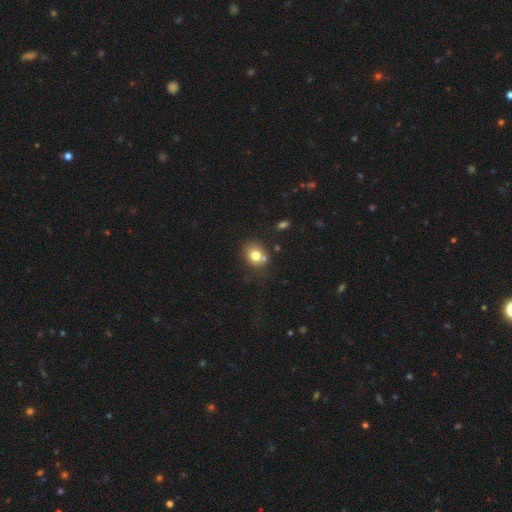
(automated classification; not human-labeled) smooth-or-featured: smooth: 77% | featured or disk: 12% | star or artifact: 11%
  how-rounded: round: 63% | in between: 36% | cigar-shaped: 1%
  merging: none: 62% | merger: 18% | minor disturbance: 15% | major disturbance: 5%